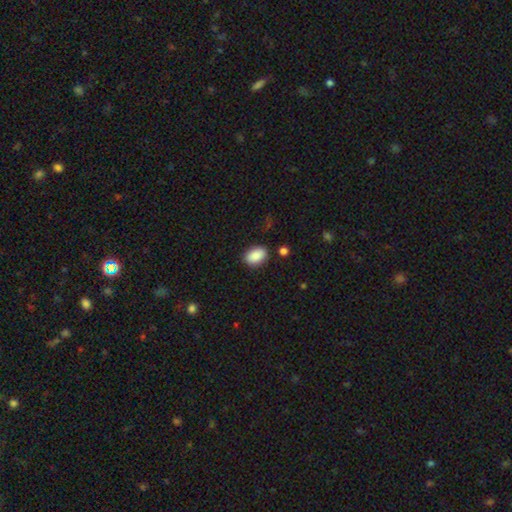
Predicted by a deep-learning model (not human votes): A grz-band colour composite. It shows a smooth galaxy with no disk features (88%) that is in between round and cigar-shaped (88%). Merging: none (85%).